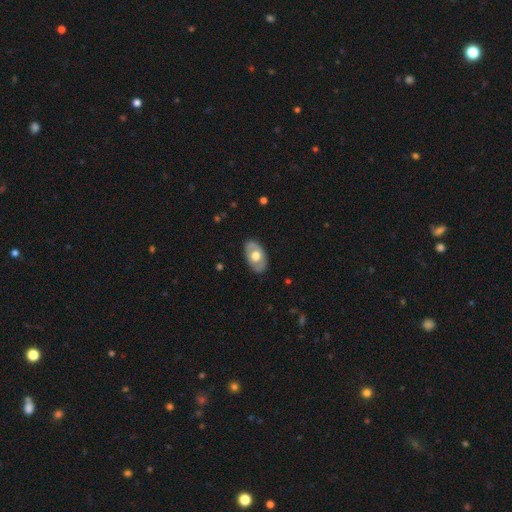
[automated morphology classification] A smooth galaxy with no disk features (54%) that is in between round and cigar-shaped (90%). Merging: none (82%).